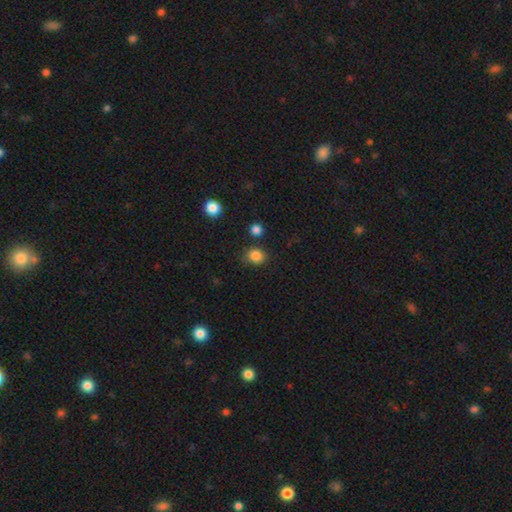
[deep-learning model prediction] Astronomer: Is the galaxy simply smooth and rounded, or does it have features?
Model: smooth — 84%.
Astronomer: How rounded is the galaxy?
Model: round — 76%.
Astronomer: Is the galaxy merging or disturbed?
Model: none — 80%.